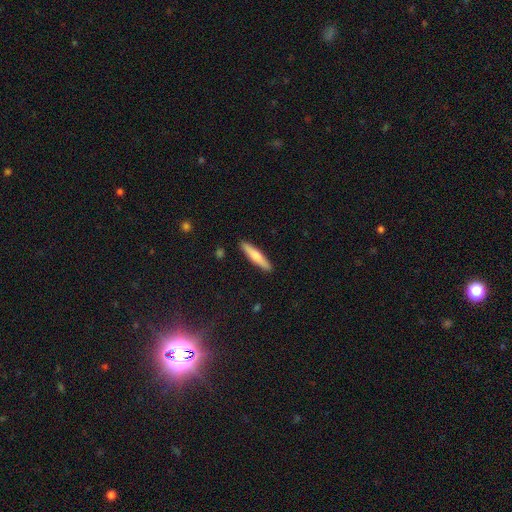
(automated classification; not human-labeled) smooth_or_featured: smooth (p=0.67) [alt: featured or disk p=0.28]
how_rounded: cigar-shaped (p=0.89) [alt: in between p=0.10]
merging: none (p=0.91) [alt: minor disturbance p=0.07]